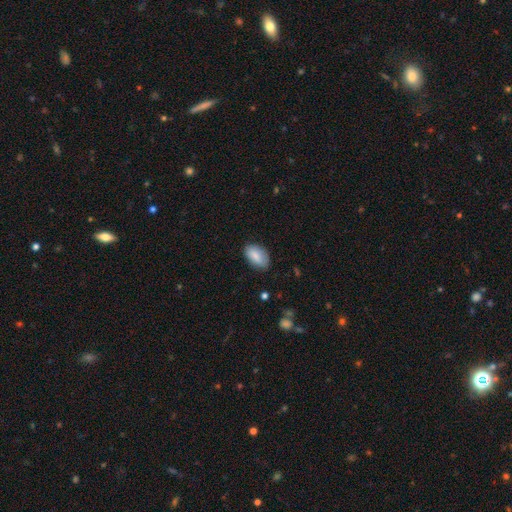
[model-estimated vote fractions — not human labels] Overall: smooth (84%). How rounded: in between (93%). Merging: none (79%).